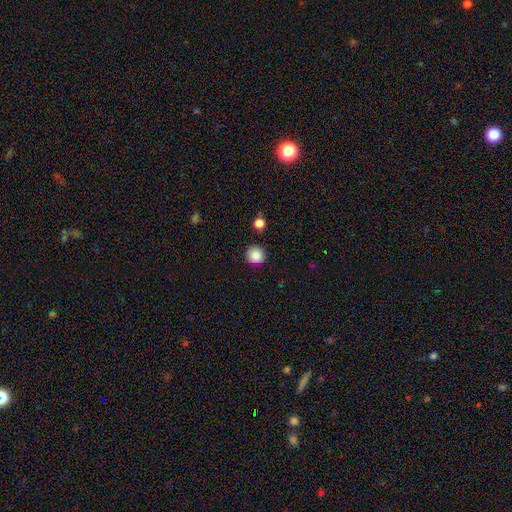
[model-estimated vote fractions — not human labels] smooth-or-featured: smooth: 87% | star or artifact: 9% | featured or disk: 4%
  how-rounded: round: 93% | in between: 6% | cigar-shaped: 1%
  merging: none: 89% | minor disturbance: 7% | merger: 2% | major disturbance: 2%